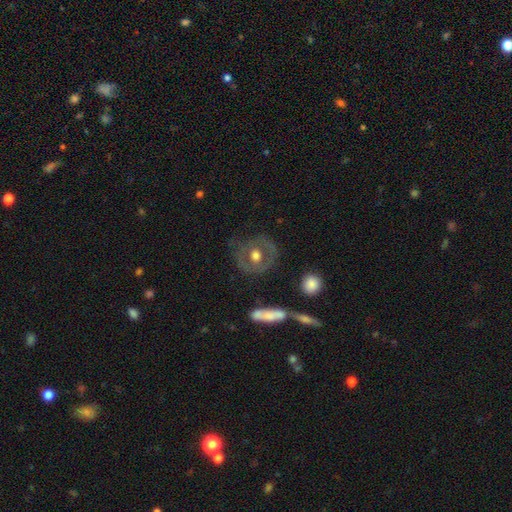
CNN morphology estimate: Smooth or featured: featured or disk — 50% (smooth — 43%)
Merging: none — 74% (minor disturbance — 15%)